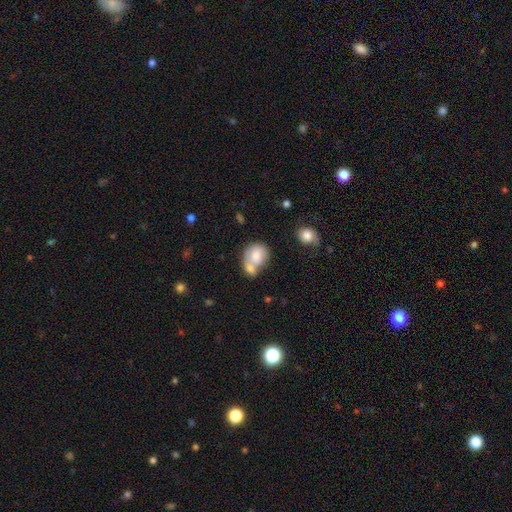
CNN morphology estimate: This appears to be a smooth galaxy with no disk features (71%) that is round (64%). Merging: merger (57%).